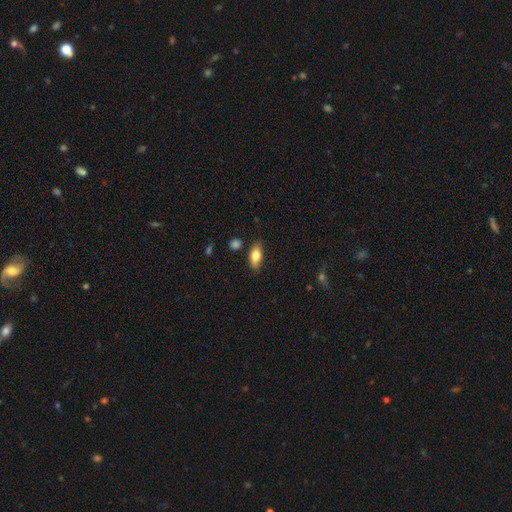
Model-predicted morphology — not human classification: type=smooth (80%); roundness=in between (87%); merging=none (82%).